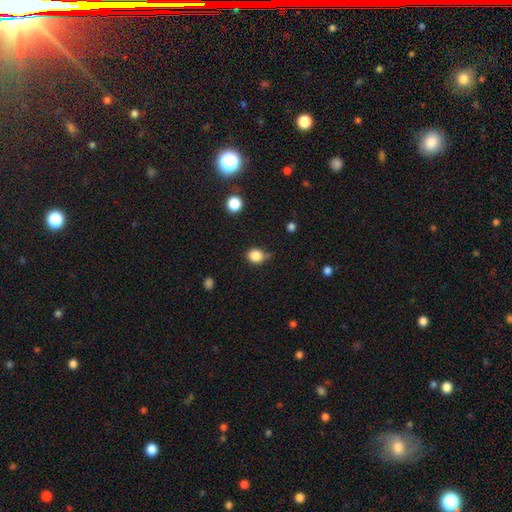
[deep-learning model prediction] Smooth or featured? smooth (85%)
How rounded? round (78%)
Merging? none (67%)